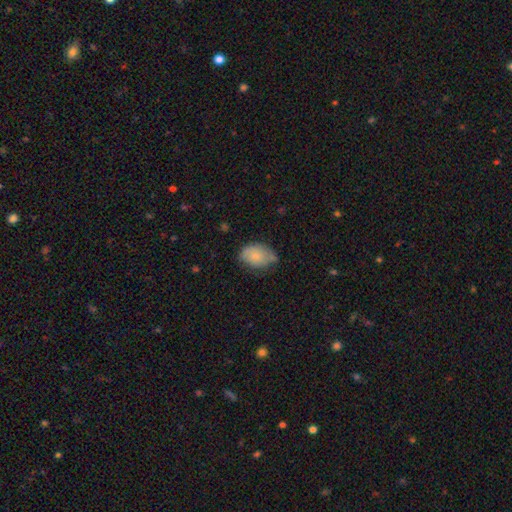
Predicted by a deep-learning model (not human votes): Overall: smooth (78%). How rounded: in between (83%). Merging: none (54%; minor disturbance 35%).